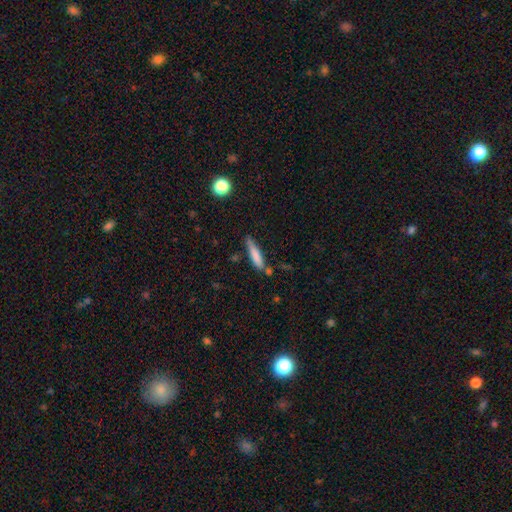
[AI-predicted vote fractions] smooth_or_featured: smooth (p=0.76) [alt: featured or disk p=0.17]
how_rounded: cigar-shaped (p=0.83) [alt: in between p=0.15]
merging: none (p=0.59) [alt: minor disturbance p=0.26]